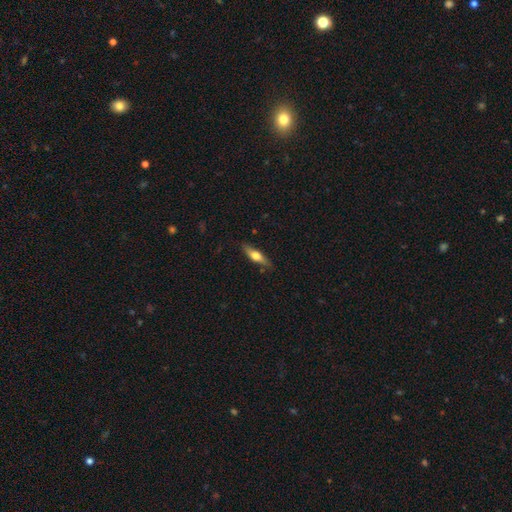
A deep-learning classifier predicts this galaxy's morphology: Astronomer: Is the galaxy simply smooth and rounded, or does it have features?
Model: featured or disk — 47%, tied with smooth at 47%.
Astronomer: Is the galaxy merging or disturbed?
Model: none — 82%.